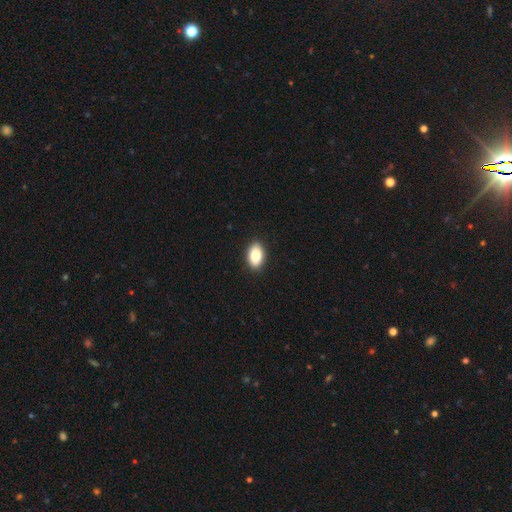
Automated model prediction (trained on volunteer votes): smooth 83%, featured or disk 9%, star or artifact 8%. Down the decision tree: how rounded — in between (90%); merging — none (91%).